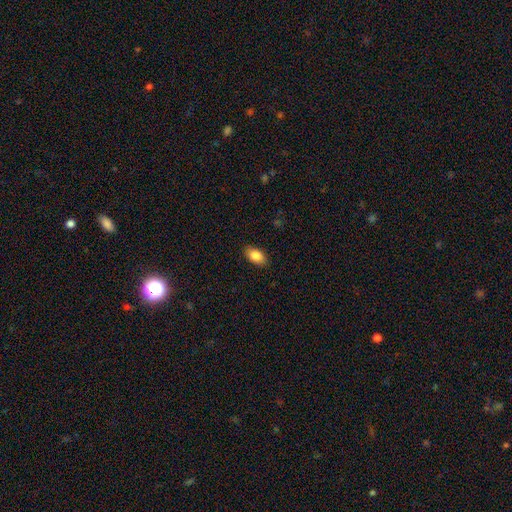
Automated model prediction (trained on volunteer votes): smooth-or-featured: smooth: 86% | star or artifact: 7% | featured or disk: 7%
  how-rounded: in between: 91% | round: 7% | cigar-shaped: 2%
  merging: none: 88% | minor disturbance: 9% | major disturbance: 2% | merger: 1%